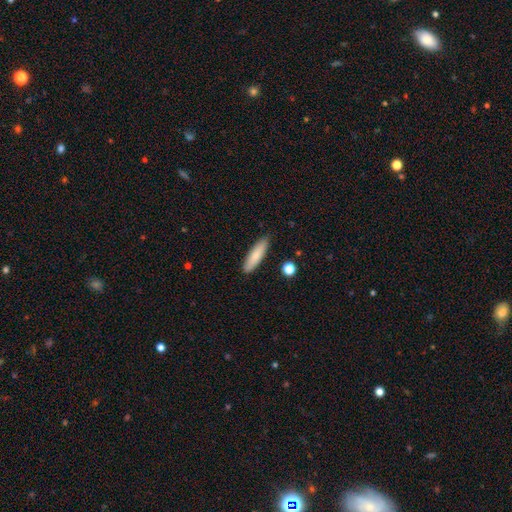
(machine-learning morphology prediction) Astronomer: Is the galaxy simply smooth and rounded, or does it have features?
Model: smooth — 81%.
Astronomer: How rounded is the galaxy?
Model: cigar-shaped — 69%.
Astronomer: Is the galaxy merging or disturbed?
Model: none — 88%.